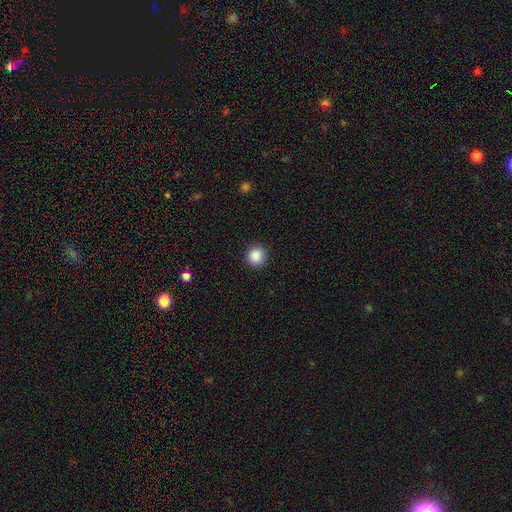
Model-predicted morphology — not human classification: Smooth or featured: smooth — 88% (star or artifact — 10%)
How rounded: round — 92% (in between — 7%)
Merging: none — 91% (minor disturbance — 6%)